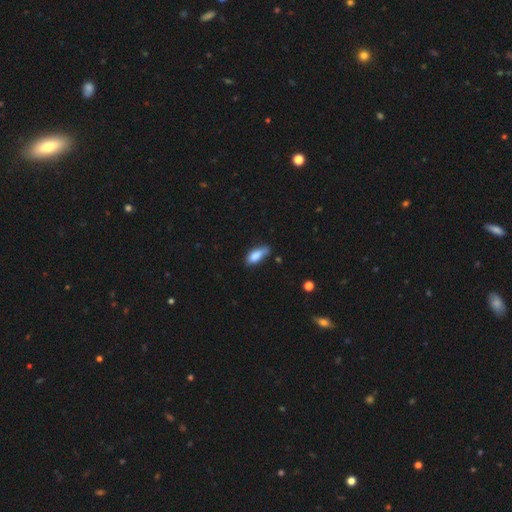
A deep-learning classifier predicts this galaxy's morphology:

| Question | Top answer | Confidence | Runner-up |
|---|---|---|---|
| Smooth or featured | smooth | 82% | featured or disk (11%) |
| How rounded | in between | 79% | cigar-shaped (19%) |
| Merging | none | 47% | minor disturbance (37%) |